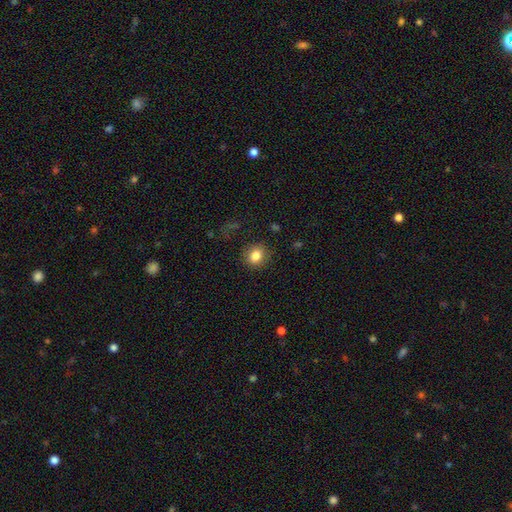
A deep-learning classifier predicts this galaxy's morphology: The model was most divided on "how rounded": round: 70%, in between: 29%, cigar-shaped: 1%. More confident: merging — none (85%); smooth or featured — smooth (83%).